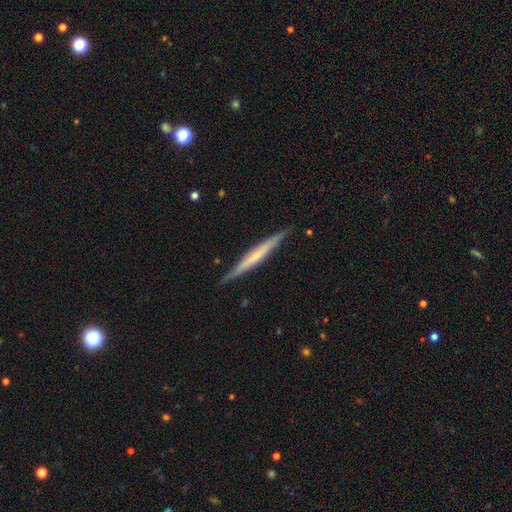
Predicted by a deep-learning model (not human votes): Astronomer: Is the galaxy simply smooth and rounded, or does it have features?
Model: featured or disk — 55% (runner-up: smooth, 39%).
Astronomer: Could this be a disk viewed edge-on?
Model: yes — 97%.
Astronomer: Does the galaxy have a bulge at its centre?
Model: none — 70%.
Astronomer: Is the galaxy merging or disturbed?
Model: none — 89%.